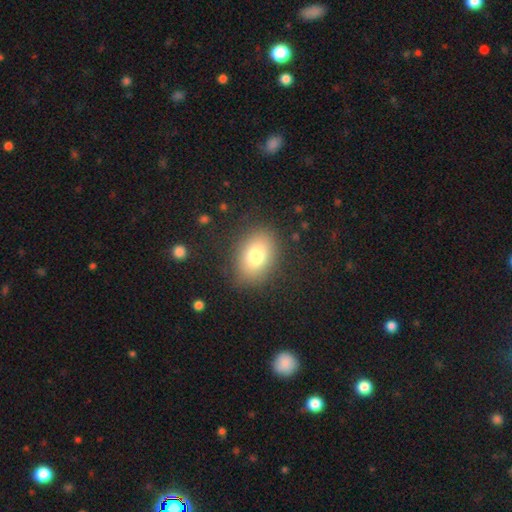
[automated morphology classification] The model was most divided on "how rounded": in between: 72%, round: 26%, cigar-shaped: 1%. More confident: merging — none (84%); smooth or featured — smooth (78%).